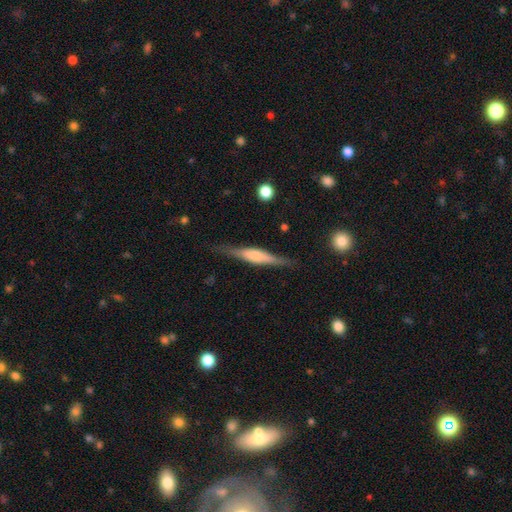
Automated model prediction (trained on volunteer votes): A featured or disk galaxy (65%) viewed edge-on (96%) with a rounded central bulge (61%).

Vote fractions:
- Smooth or featured? featured or disk: 65% / smooth: 29% / star or artifact: 6%
- Edge-on disk? yes: 96% / no: 4%
- Edge-on bulge? rounded: 61% / boxy: 31% / none: 8%
- Merging? none: 83% / minor disturbance: 12% / major disturbance: 3% / merger: 1%